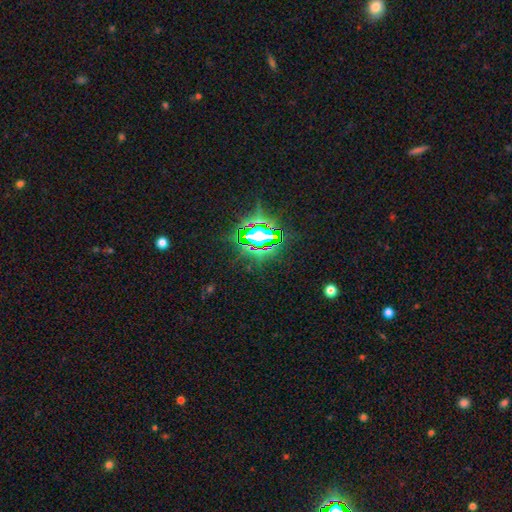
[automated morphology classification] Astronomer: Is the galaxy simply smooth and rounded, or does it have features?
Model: star or artifact — 82%.